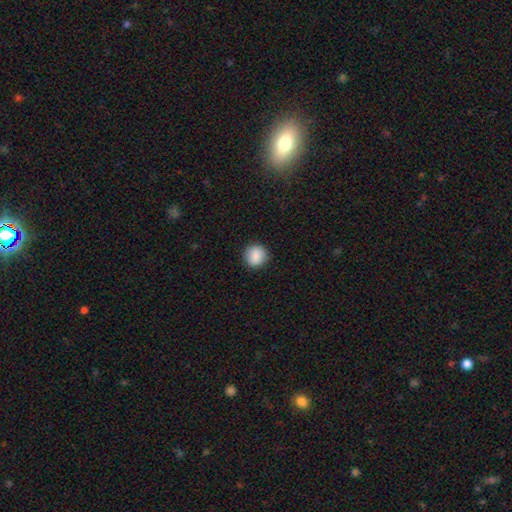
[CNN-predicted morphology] A smooth galaxy with no disk features (87%) that is round (92%). Merging: none (90%).